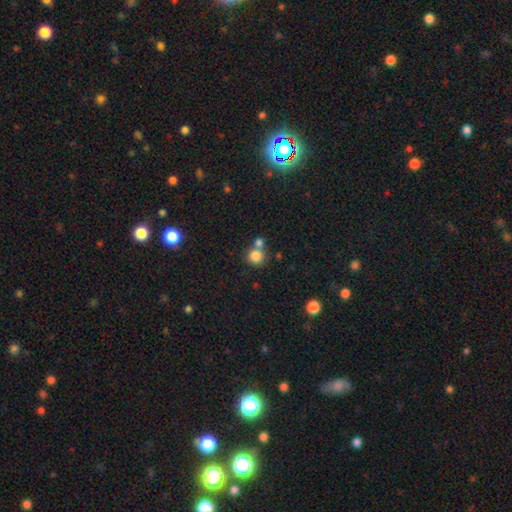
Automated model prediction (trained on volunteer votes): Smooth or featured? Predicted: smooth (p=0.83). How rounded? Predicted: round (p=0.91). Merging? Predicted: none (p=0.59).